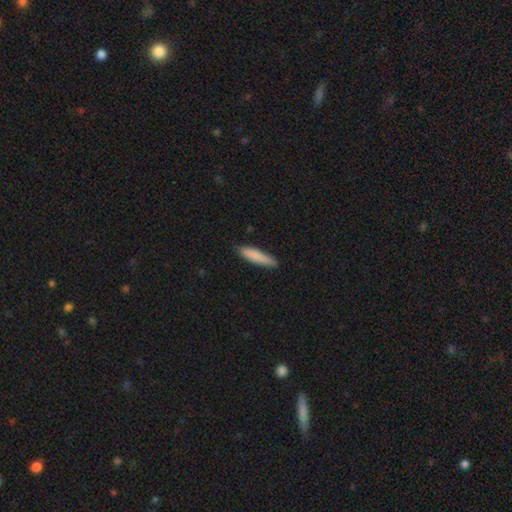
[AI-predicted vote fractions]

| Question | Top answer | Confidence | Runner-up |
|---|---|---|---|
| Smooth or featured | smooth | 84% | featured or disk (10%) |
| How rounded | cigar-shaped | 81% | in between (17%) |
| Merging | none | 82% | minor disturbance (14%) |